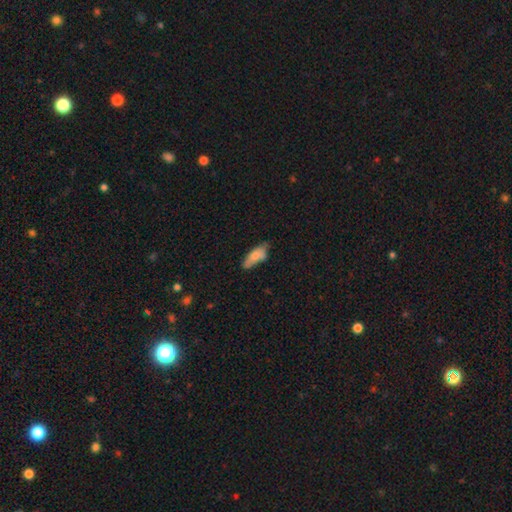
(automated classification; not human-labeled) This is likely a smooth galaxy (73%). How rounded: likely in between (68%). Merging: possibly none (48%).